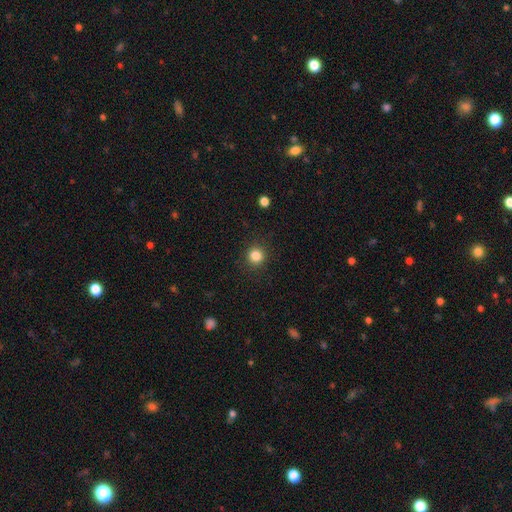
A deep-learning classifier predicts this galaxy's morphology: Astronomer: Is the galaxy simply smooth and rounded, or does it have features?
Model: smooth — 84%.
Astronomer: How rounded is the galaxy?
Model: round — 92%.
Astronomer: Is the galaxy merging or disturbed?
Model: none — 90%.